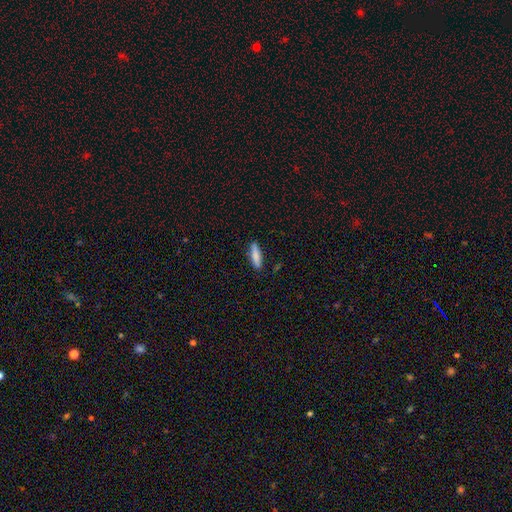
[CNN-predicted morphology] smooth_or_featured: smooth (p=0.83) [alt: featured or disk p=0.11]
how_rounded: cigar-shaped (p=0.71) [alt: in between p=0.28]
merging: none (p=0.86) [alt: minor disturbance p=0.10]